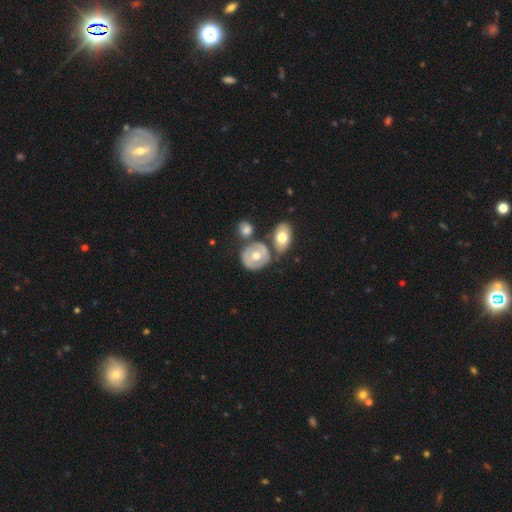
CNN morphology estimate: type=featured or disk (54%); edge-on=no (93%); merging=none (65%).